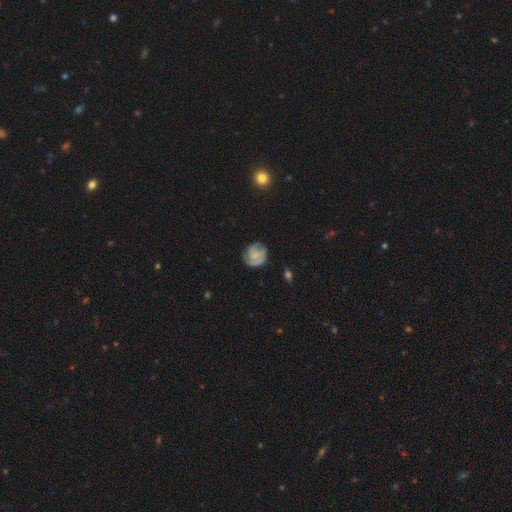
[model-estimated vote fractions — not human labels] Q: Smooth or featured?
A: featured or disk (66%); runner-up: smooth (27%)
Q: Edge-on disk?
A: no (98%); runner-up: yes (2%)
Q: Bar?
A: no (59%); runner-up: weak (34%)
Q: Spiral arms?
A: yes (92%); runner-up: no (8%)
Q: Spiral winding?
A: tight (54%); runner-up: medium (36%)
Q: Spiral arm count?
A: 2 (41%); runner-up: 3 (26%)
Q: Bulge size?
A: small (43%); runner-up: none (35%)
Q: Merging?
A: none (75%); runner-up: minor disturbance (18%)